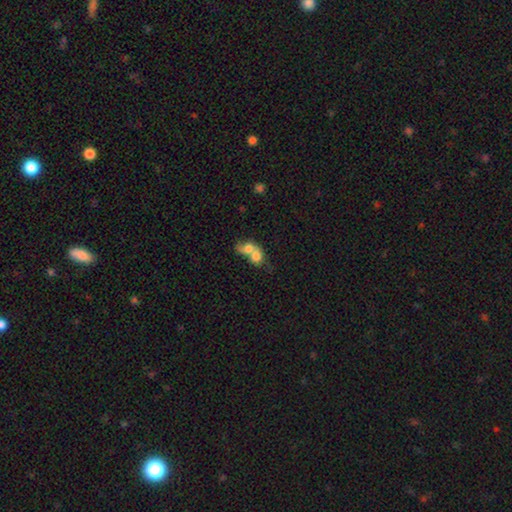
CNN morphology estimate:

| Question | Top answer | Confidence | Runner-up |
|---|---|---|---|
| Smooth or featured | smooth | 70% | featured or disk (22%) |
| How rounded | round | 55% | in between (43%) |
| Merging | merger | 81% | none (11%) |